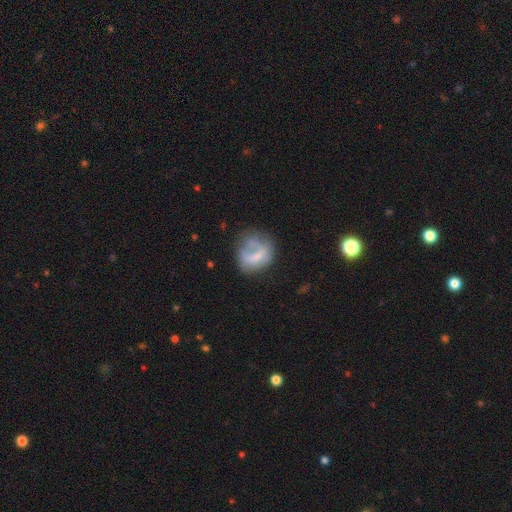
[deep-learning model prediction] Morphology: type=smooth (54%); roundness=round (63%); merging=none (39%).